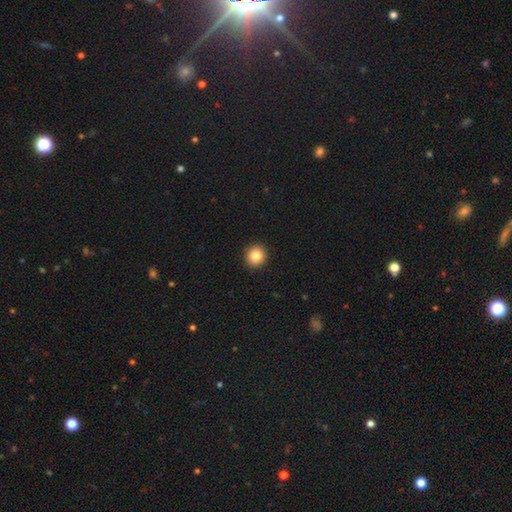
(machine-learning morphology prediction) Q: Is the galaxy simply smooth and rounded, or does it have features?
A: smooth — 84%.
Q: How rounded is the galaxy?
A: round — 90%.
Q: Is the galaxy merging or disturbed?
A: none — 93%.